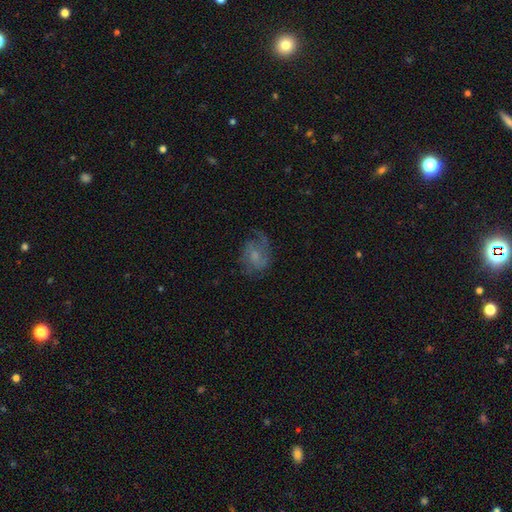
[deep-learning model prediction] Morphology: type=featured or disk (58%); edge-on=no (97%); bar=no (62%); spiral arms=yes (81%); bulge=small (48%); merging=none (52%).